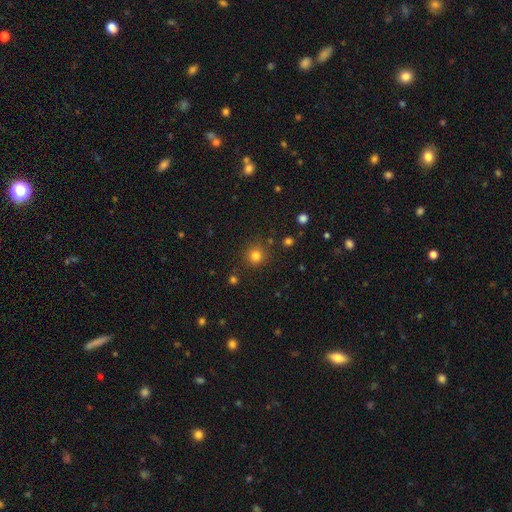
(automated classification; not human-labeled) Smooth or featured: smooth — 80% (star or artifact — 15%)
How rounded: round — 92% (in between — 7%)
Merging: none — 85% (minor disturbance — 8%)